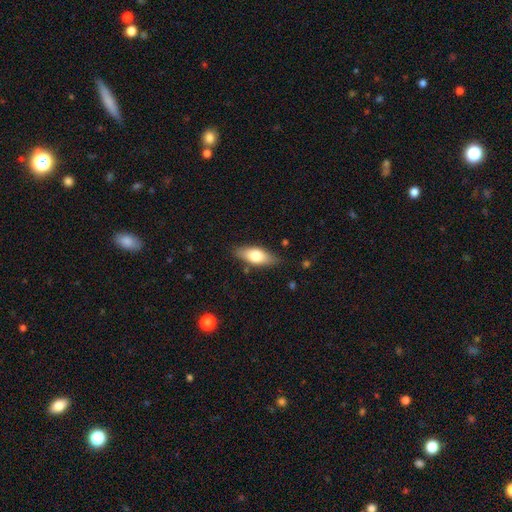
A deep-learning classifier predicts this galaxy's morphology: This appears to be a smooth galaxy with no disk features (70%) that is in between round and cigar-shaped (77%). Merging: none (81%).